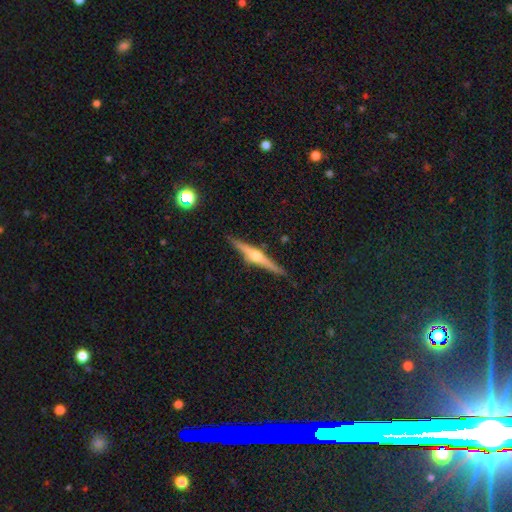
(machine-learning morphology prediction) Smooth or featured? featured or disk (78%)
Edge-on disk? yes (98%)
Edge-on bulge? rounded (90%)
Merging? none (90%)